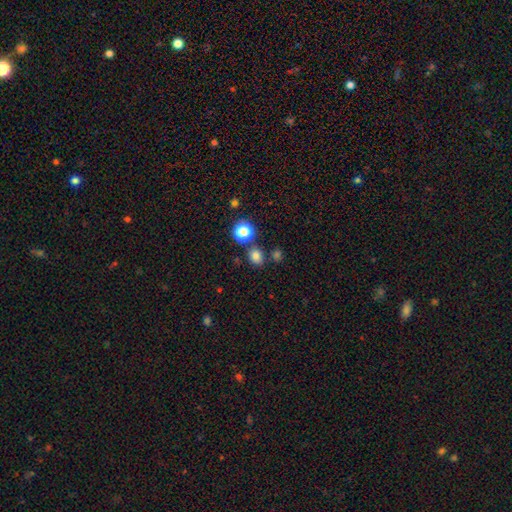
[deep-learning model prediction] This appears to be a smooth galaxy with no disk features (76%) that is round (66%). Merging: none (75%).